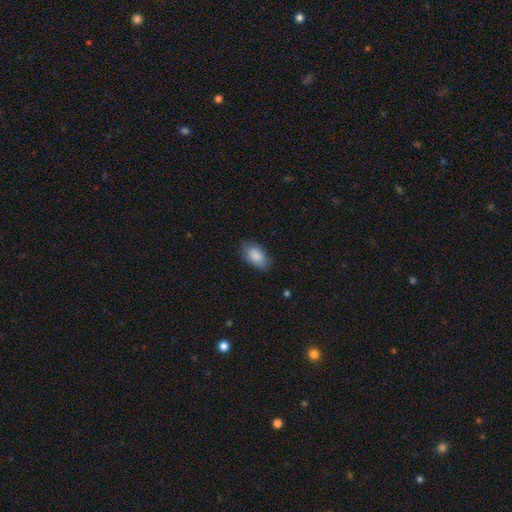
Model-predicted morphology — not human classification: smooth 88%, star or artifact 6%, featured or disk 6%. Down the decision tree: how rounded — in between (92%); merging — none (79%).